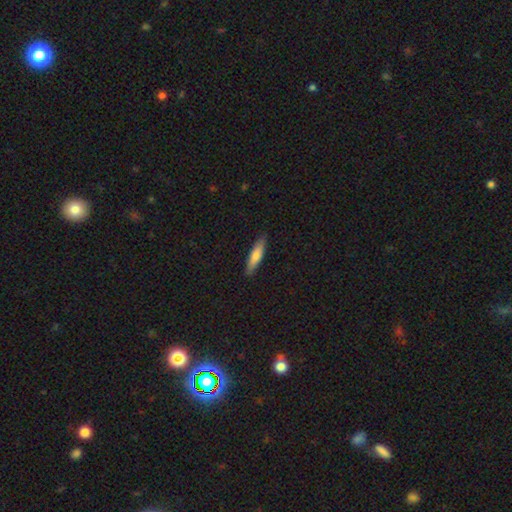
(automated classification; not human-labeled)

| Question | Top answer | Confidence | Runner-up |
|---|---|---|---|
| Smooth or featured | smooth | 73% | featured or disk (22%) |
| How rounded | cigar-shaped | 79% | in between (20%) |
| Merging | none | 89% | minor disturbance (8%) |